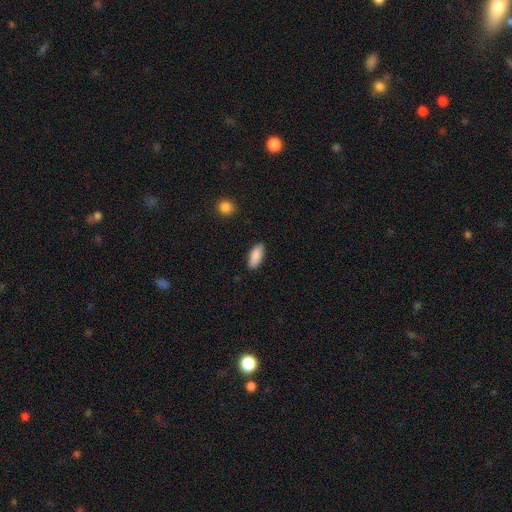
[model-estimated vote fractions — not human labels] Smooth or featured? smooth (89%)
How rounded? in between (80%)
Merging? none (88%)